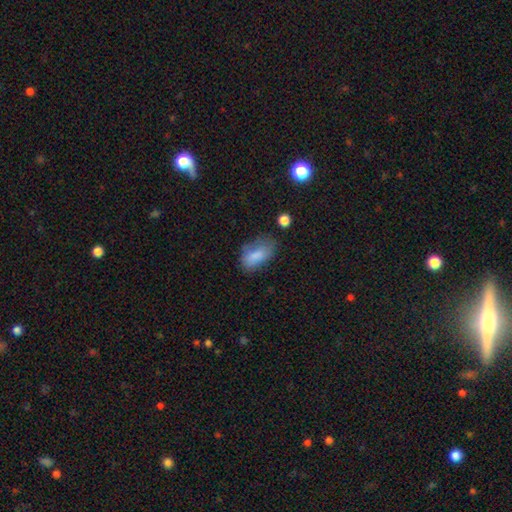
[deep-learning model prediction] Overall: smooth (79%). How rounded: in between (91%). Merging: none (49%; minor disturbance 32%).